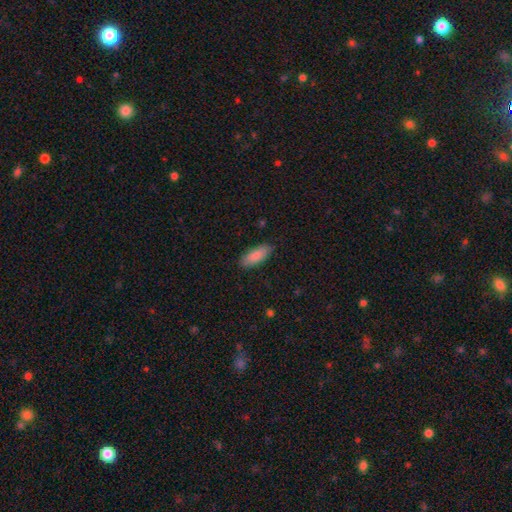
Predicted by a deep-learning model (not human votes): Smooth or featured? Predicted: smooth (p=0.87). How rounded? Predicted: in between (p=0.76). Merging? Predicted: none (p=0.86).